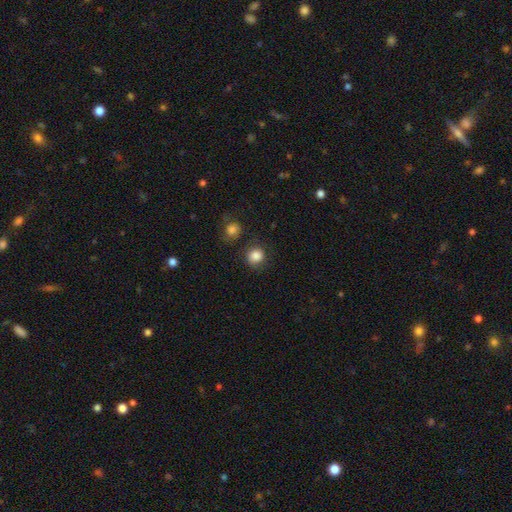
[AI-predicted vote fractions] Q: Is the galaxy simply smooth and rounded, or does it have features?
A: smooth — 85%.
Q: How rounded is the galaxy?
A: round — 86%.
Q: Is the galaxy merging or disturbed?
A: none — 79%.